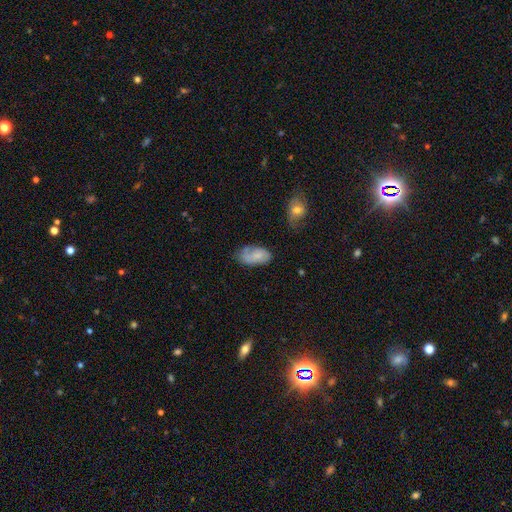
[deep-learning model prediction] Morphology: type=smooth (62%); roundness=in between (93%); merging=none (54%).